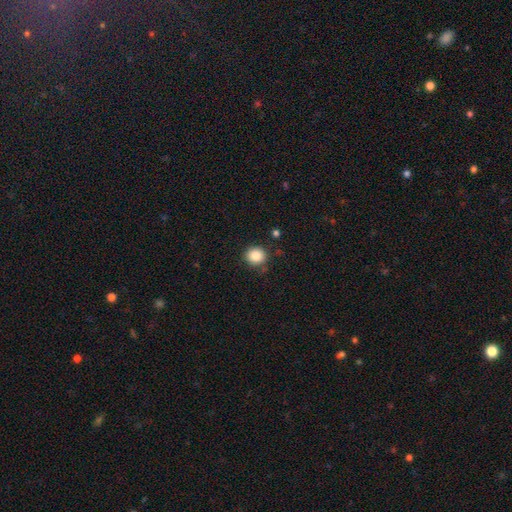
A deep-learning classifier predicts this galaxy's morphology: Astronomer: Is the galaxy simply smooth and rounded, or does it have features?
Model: smooth — 85%.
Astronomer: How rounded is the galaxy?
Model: round — 86%.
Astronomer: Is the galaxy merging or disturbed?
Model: none — 83%.